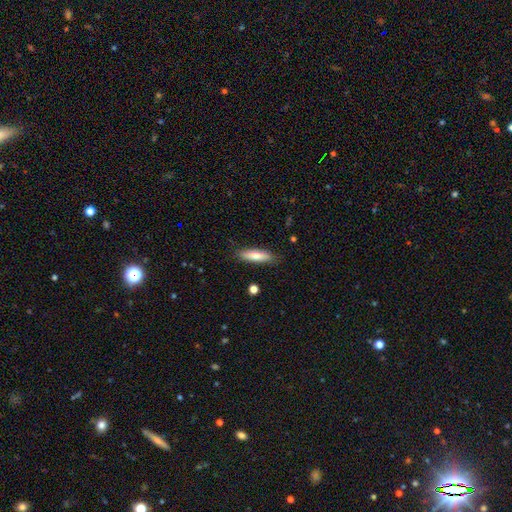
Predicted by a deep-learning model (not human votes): smooth_or_featured: smooth (p=0.74) [alt: featured or disk p=0.20]
how_rounded: cigar-shaped (p=0.63) [alt: in between p=0.35]
merging: none (p=0.85) [alt: minor disturbance p=0.11]